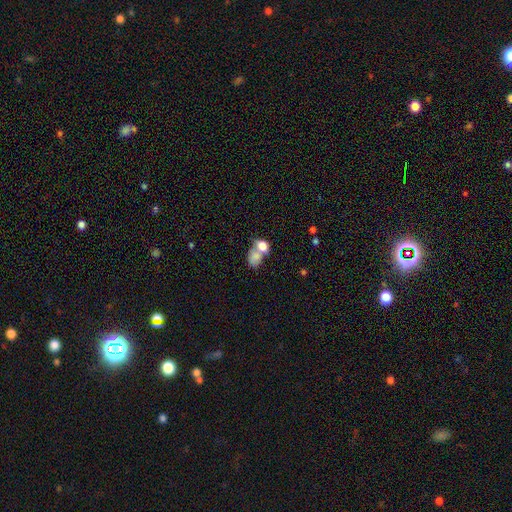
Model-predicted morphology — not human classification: A smooth galaxy with no disk features (74%) that is in between round and cigar-shaped (66%).

Vote fractions:
- Smooth or featured? smooth: 74% / featured or disk: 16% / star or artifact: 10%
- How rounded? in between: 66% / round: 33% / cigar-shaped: 2%
- Merging? merger: 61% / none: 21% / minor disturbance: 10% / major disturbance: 8%